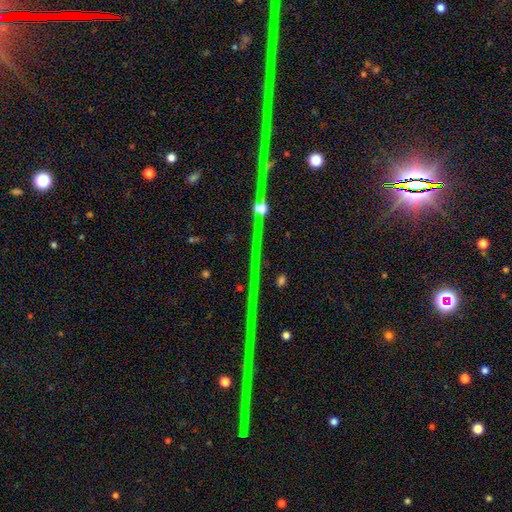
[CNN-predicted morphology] The model was most divided on "smooth or featured": star or artifact: 86%, featured or disk: 8%, smooth: 6%.